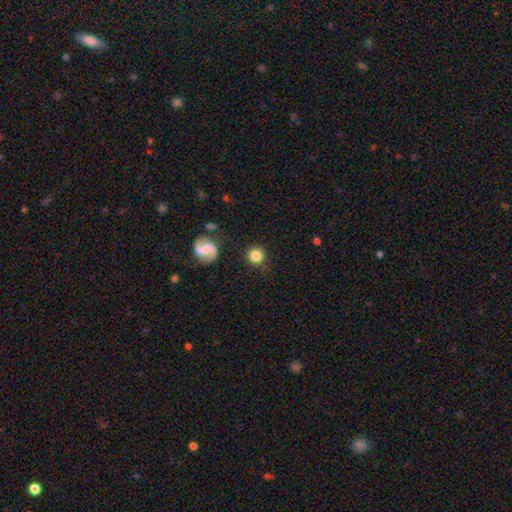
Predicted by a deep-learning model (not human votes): smooth 77%, featured or disk 14%, star or artifact 9%. Down the decision tree: how rounded — round (93%); merging — none (84%).